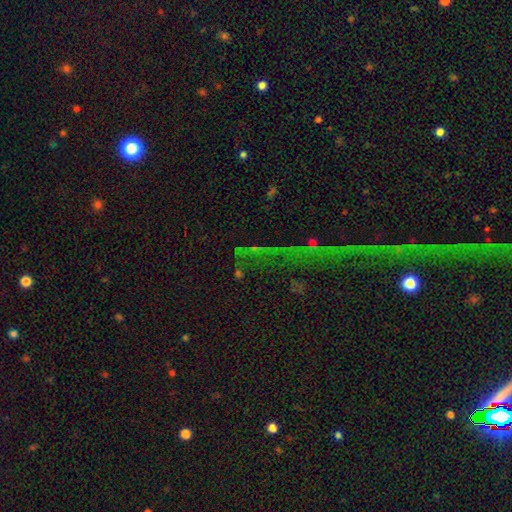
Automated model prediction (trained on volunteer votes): A star or artifact, not a galaxy (81%).